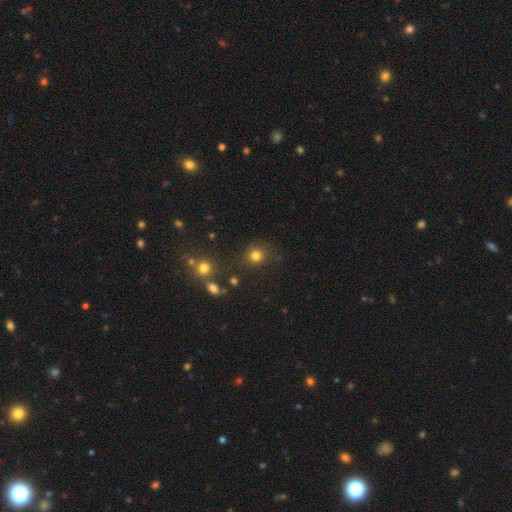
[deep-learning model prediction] smooth 79%, star or artifact 15%, featured or disk 5%. Down the decision tree: how rounded — round (89%); merging — none (81%).